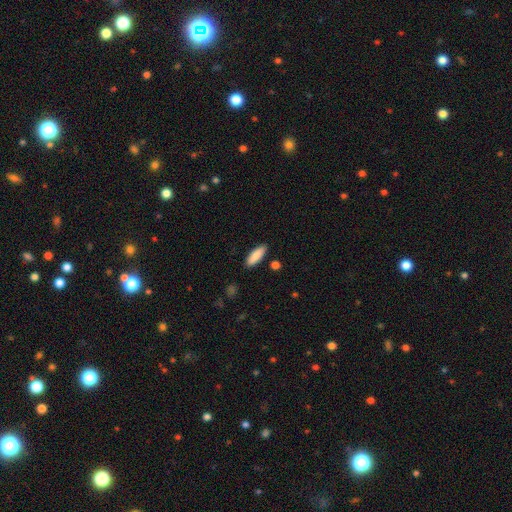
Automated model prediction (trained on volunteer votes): smooth_or_featured: smooth (p=0.88) [alt: featured or disk p=0.06]
how_rounded: in between (p=0.60) [alt: cigar-shaped p=0.39]
merging: none (p=0.88) [alt: minor disturbance p=0.08]